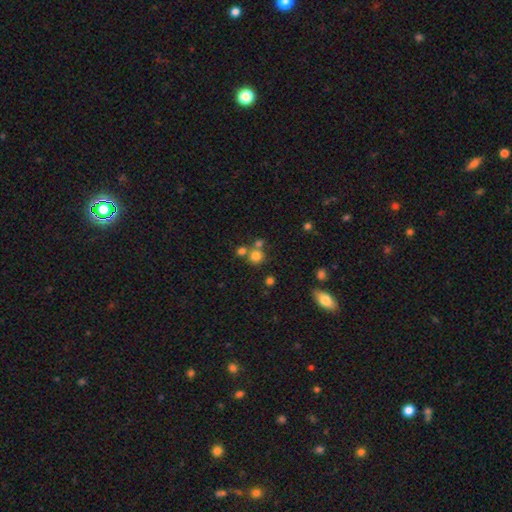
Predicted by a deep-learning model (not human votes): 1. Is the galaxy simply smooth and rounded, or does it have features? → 76% smooth, 15% star or artifact, 9% featured or disk.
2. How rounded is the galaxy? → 90% round, 9% in between, 1% cigar-shaped.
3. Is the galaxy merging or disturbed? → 60% none, 29% merger, 7% minor disturbance, 4% major disturbance.